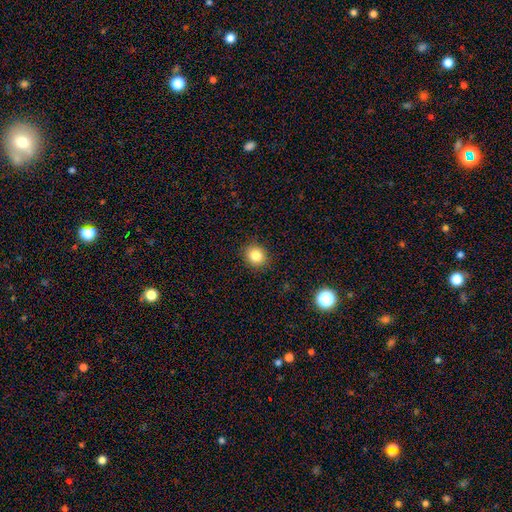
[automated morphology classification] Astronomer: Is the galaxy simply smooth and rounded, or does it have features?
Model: smooth — 83%.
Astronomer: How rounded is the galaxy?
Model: round — 77%.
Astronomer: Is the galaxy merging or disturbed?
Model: none — 90%.